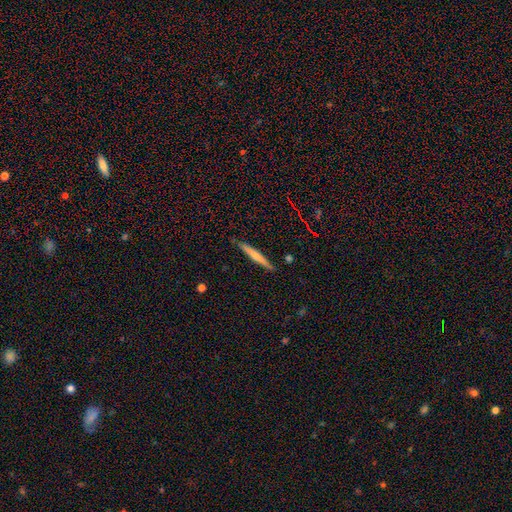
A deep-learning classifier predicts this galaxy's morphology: This appears to be a smooth galaxy with no disk features (56%) that is cigar-shaped (95%). Merging: none (88%).